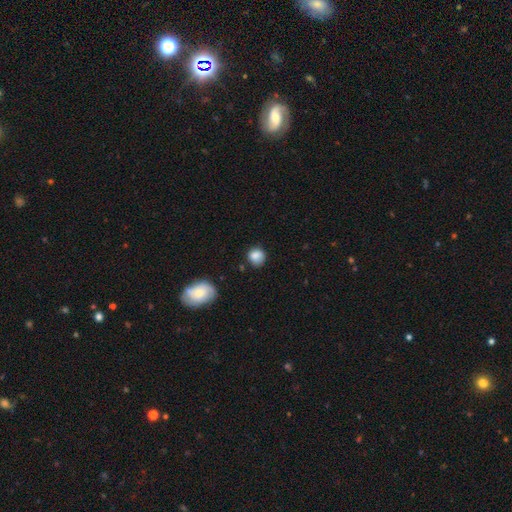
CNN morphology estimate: Smooth or featured?
  - smooth: 84% *
  - star or artifact: 9%
  - featured or disk: 7%
How rounded?
  - round: 81% *
  - in between: 18%
  - cigar-shaped: 1%
Merging?
  - none: 72% *
  - minor disturbance: 20%
  - major disturbance: 5%
  - merger: 3%